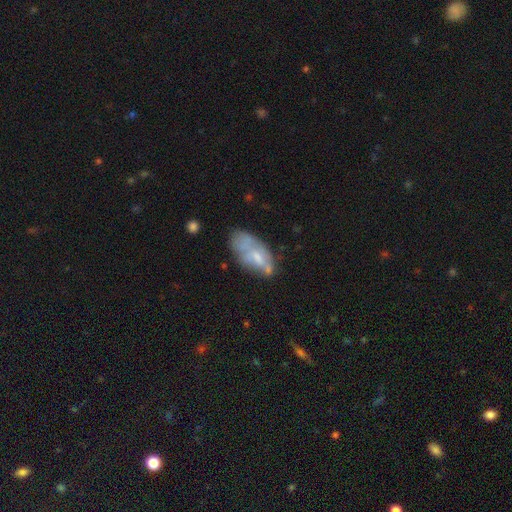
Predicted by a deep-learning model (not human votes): Smooth or featured?
  - smooth: 49% *
  - featured or disk: 43%
  - star or artifact: 8%
Merging?
  - none: 41% *
  - minor disturbance: 30%
  - major disturbance: 18%
  - merger: 11%